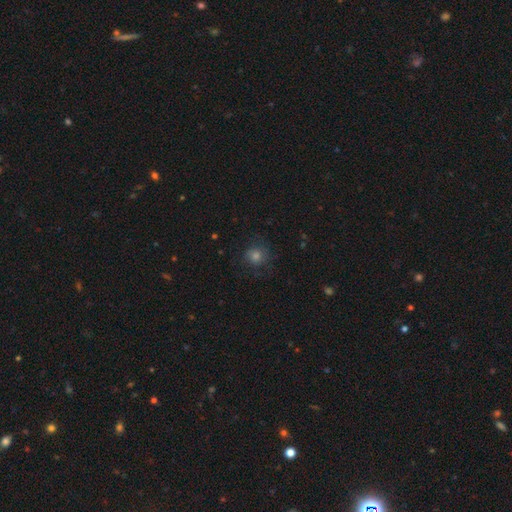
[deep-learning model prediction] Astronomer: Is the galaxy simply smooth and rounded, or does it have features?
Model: smooth — 63%.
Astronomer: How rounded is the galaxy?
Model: round — 90%.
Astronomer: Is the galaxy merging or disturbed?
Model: none — 77%.